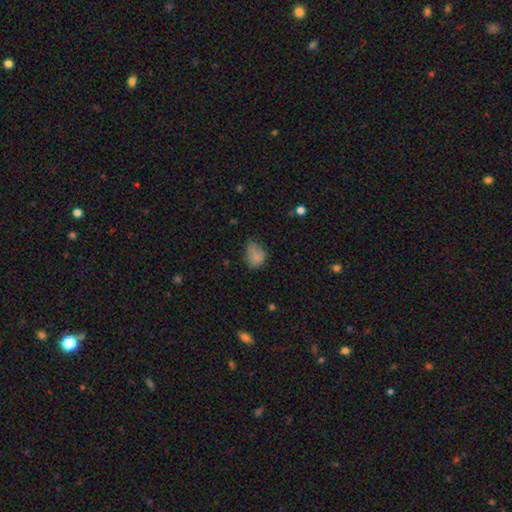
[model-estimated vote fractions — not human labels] A smooth galaxy with no disk features (79%) that is in between round and cigar-shaped (63%). Merging: none (41%).